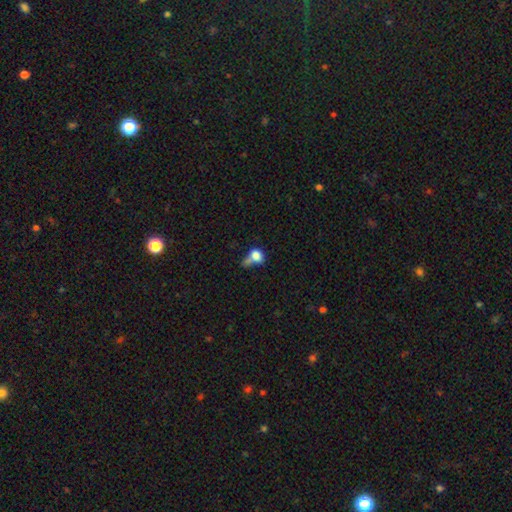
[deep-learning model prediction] Q: Smooth or featured?
A: smooth (76%); runner-up: featured or disk (13%)
Q: How rounded?
A: in between (53%); runner-up: round (45%)
Q: Merging?
A: merger (35%); runner-up: none (26%)